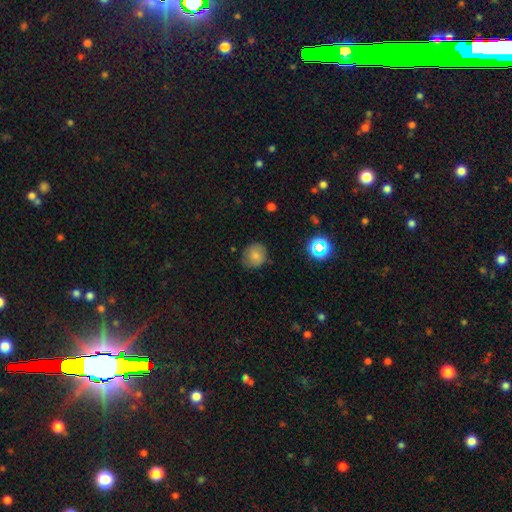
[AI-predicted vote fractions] This appears to be a smooth galaxy with no disk features (79%) that is round (82%). Merging: none (77%).